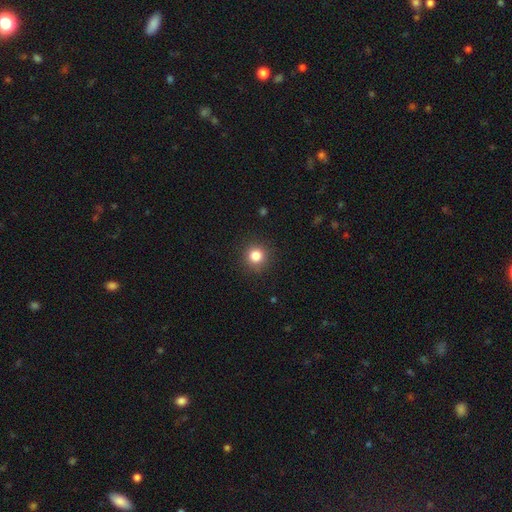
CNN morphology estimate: The model was most divided on "smooth or featured": smooth: 82%, star or artifact: 12%, featured or disk: 5%. More confident: how rounded — round (93%); merging — none (91%).